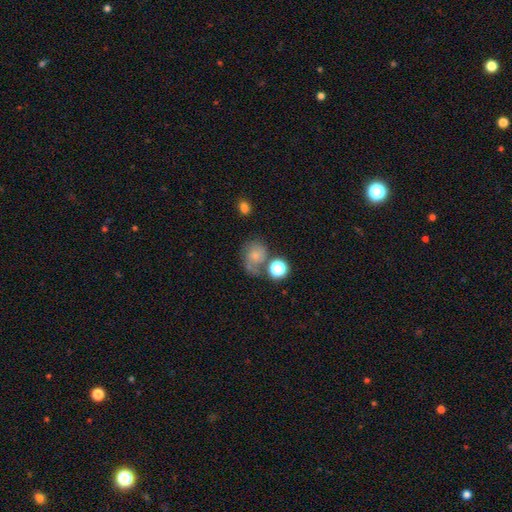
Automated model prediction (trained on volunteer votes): Smooth or featured? Predicted: smooth (p=0.57). How rounded? Predicted: round (p=0.60). Merging? Predicted: none (p=0.40).